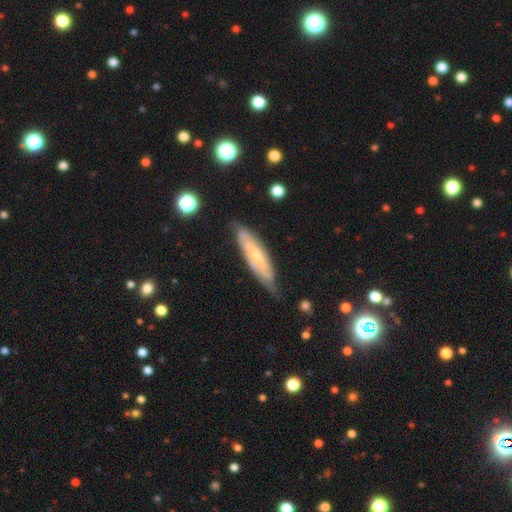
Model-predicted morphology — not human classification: Overall: featured or disk (58%; smooth 36%). Edge-on disk: no (54%; yes 46%). Merging: none (70%).